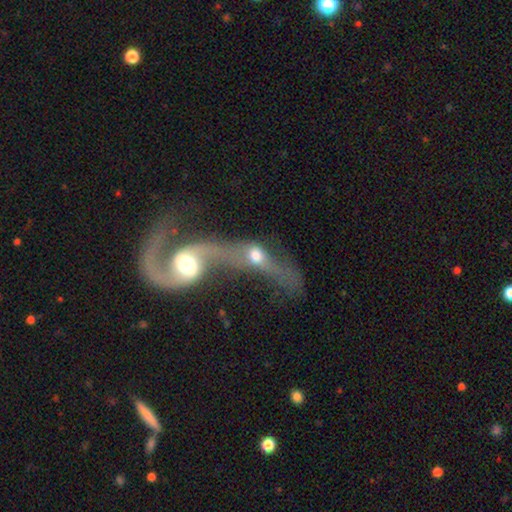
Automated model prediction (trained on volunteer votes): featured or disk 48%, smooth 39%, star or artifact 13%. Down the decision tree: merging — merger (78%).